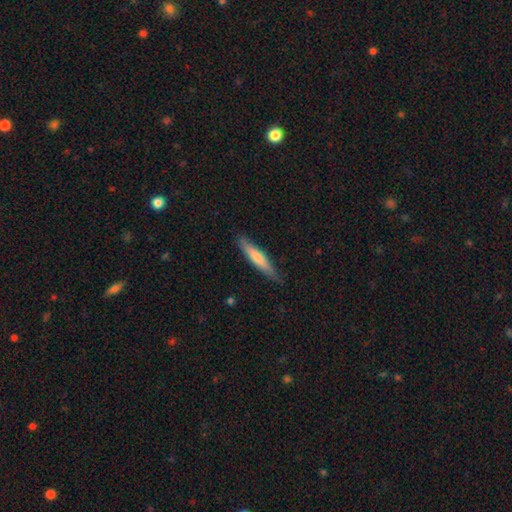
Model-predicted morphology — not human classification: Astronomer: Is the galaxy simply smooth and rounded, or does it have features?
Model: smooth — 53% (runner-up: featured or disk, 41%).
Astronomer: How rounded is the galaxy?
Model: cigar-shaped — 92%.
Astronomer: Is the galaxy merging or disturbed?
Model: none — 87%.